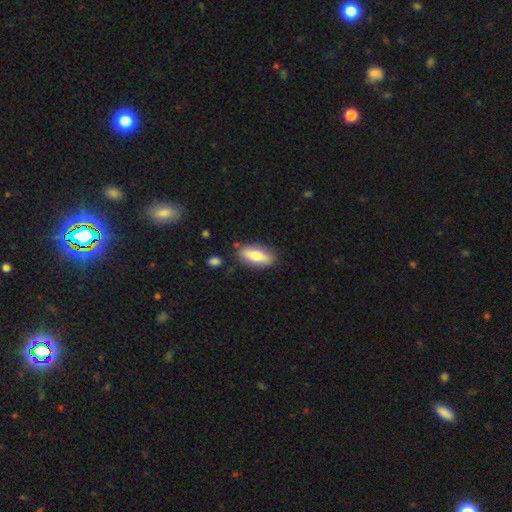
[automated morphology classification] The model was most divided on "smooth or featured": smooth: 69%, featured or disk: 25%, star or artifact: 6%. More confident: merging — none (84%); how rounded — in between (77%).